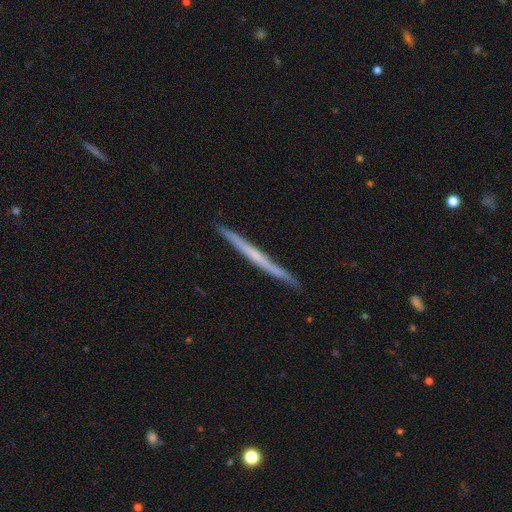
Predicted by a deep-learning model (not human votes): smooth_or_featured: featured or disk (p=0.61) [alt: smooth p=0.34]
disk_edge_on: yes (p=0.98) [alt: no p=0.02]
edge_on_bulge: none (p=0.80) [alt: rounded p=0.15]
merging: none (p=0.92) [alt: minor disturbance p=0.06]